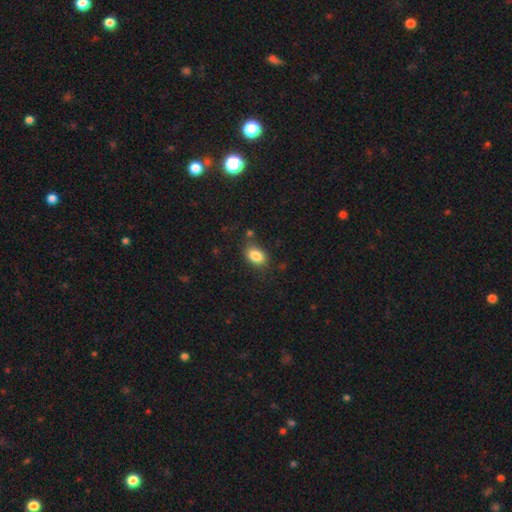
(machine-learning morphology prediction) type=smooth (85%); roundness=in between (83%); merging=none (77%).